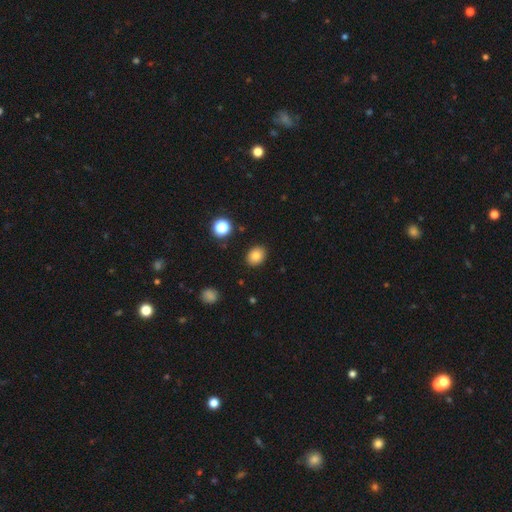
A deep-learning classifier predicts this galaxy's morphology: smooth_or_featured: smooth (p=0.82) [alt: star or artifact p=0.11]
how_rounded: in between (p=0.58) [alt: round p=0.41]
merging: none (p=0.88) [alt: minor disturbance p=0.08]